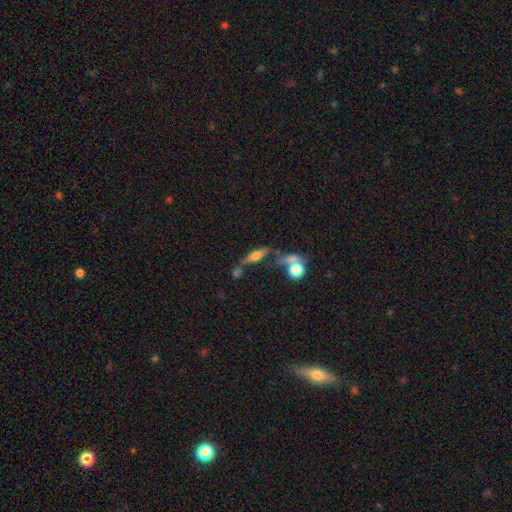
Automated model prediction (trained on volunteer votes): Smooth or featured? featured or disk (46%)
Merging? none (56%)